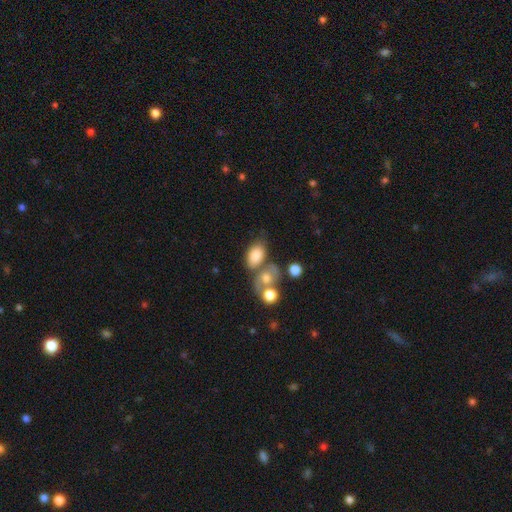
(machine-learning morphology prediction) type=smooth (77%); roundness=in between (85%); merging=merger (38%).